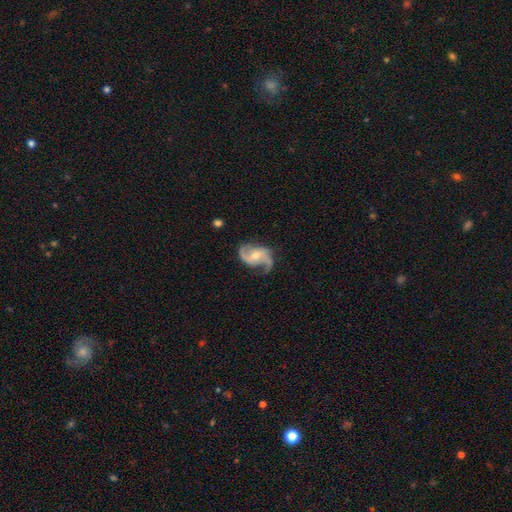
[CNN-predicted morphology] Smooth or featured? featured or disk (88%)
Edge-on disk? no (98%)
Bar? no (46%)
Spiral arms? yes (96%)
Spiral winding? loose (52%)
Spiral arm count? 2 (91%)
Bulge size? moderate (54%)
Merging? none (69%)